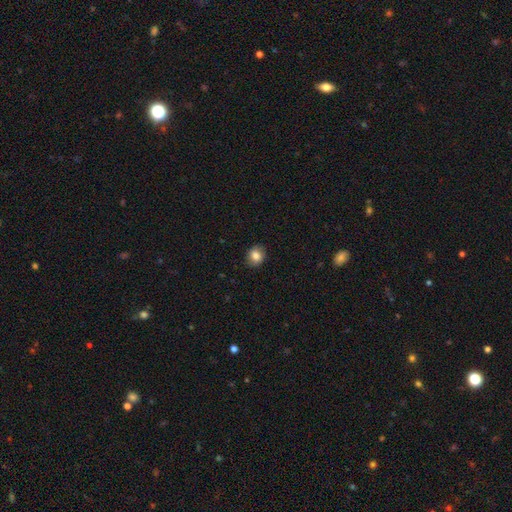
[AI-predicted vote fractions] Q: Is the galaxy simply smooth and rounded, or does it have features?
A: smooth — 83%.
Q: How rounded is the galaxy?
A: round — 66%.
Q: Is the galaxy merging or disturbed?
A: none — 86%.